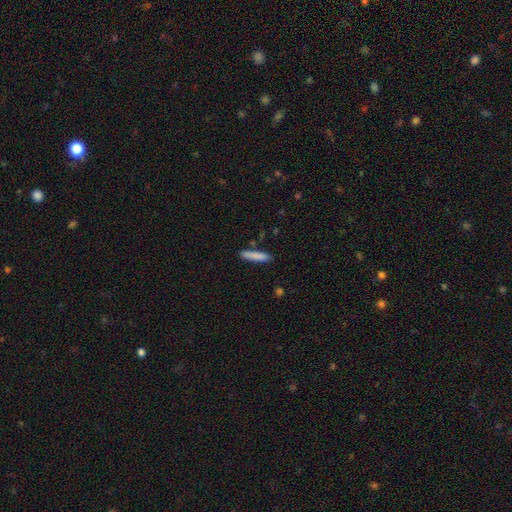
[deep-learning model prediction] This is clearly a smooth galaxy (85%). How rounded: clearly cigar-shaped (87%). Merging: clearly none (85%).